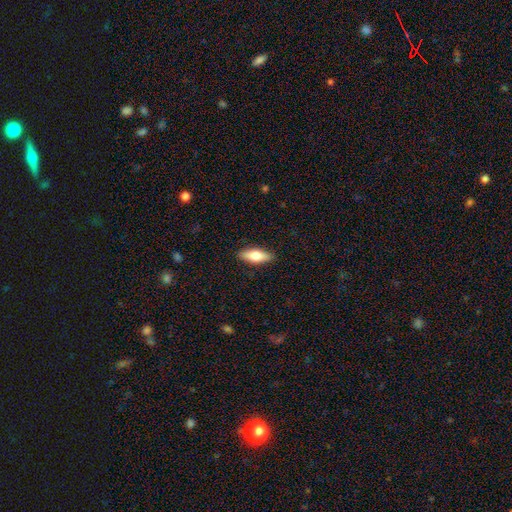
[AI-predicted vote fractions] smooth_or_featured: smooth (p=0.69) [alt: featured or disk p=0.25]
how_rounded: in between (p=0.66) [alt: cigar-shaped p=0.31]
merging: none (p=0.89) [alt: minor disturbance p=0.08]